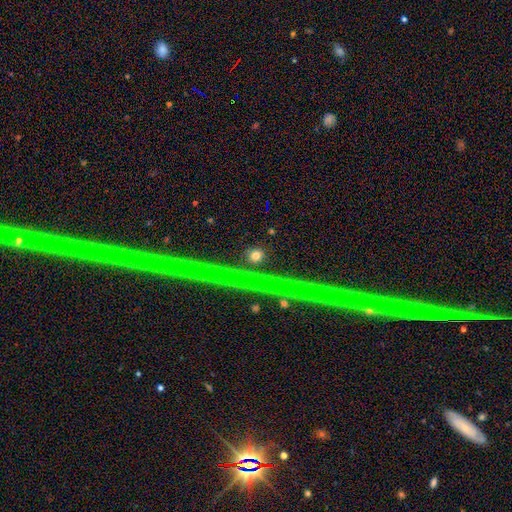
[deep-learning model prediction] Smooth or featured? Predicted: smooth (p=0.65). How rounded? Predicted: round (p=0.89). Merging? Predicted: none (p=0.88).